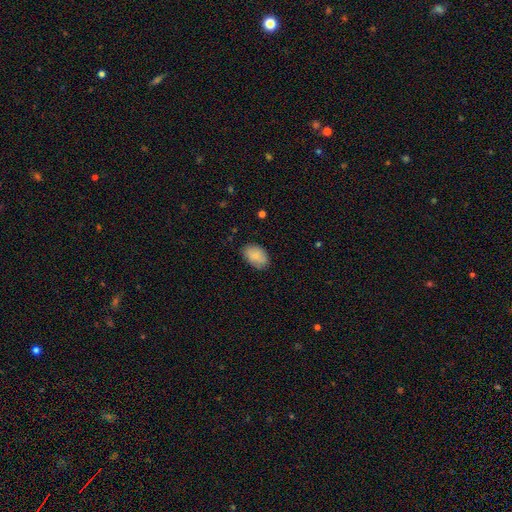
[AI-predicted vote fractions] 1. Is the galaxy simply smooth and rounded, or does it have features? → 84% smooth, 9% featured or disk, 7% star or artifact.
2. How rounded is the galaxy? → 89% in between, 10% round, 1% cigar-shaped.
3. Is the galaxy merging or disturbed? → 80% none, 16% minor disturbance, 3% major disturbance, 1% merger.